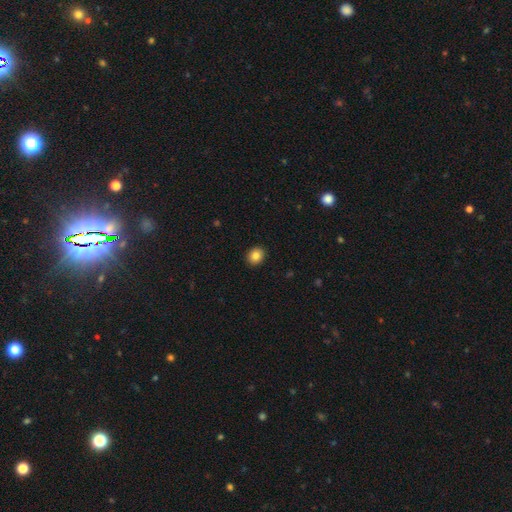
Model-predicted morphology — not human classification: This appears to be a smooth galaxy with no disk features (85%) that is round (62%). Merging: none (91%).